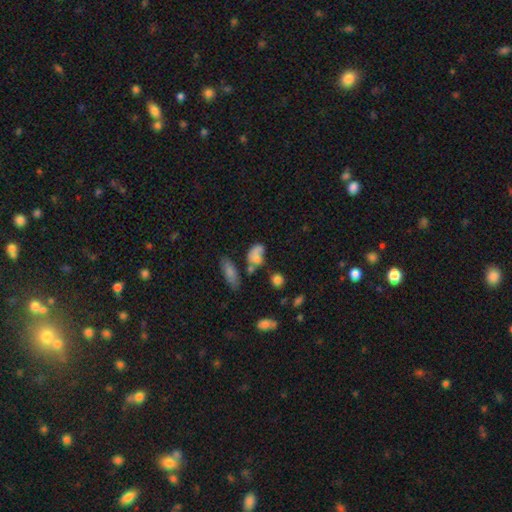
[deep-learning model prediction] Q: Smooth or featured?
A: smooth (69%); runner-up: featured or disk (19%)
Q: How rounded?
A: in between (73%); runner-up: round (23%)
Q: Merging?
A: none (36%); runner-up: merger (25%)